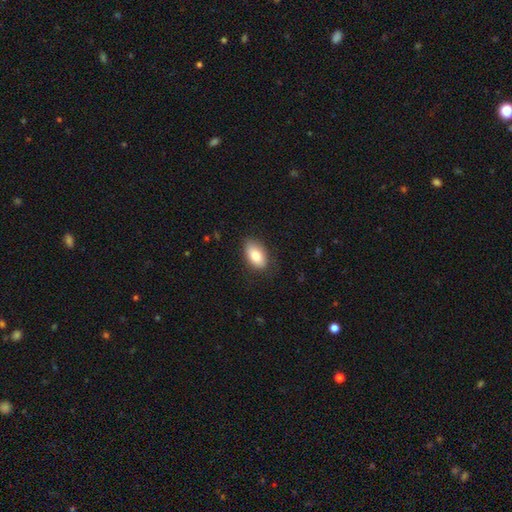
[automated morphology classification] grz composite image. It shows a smooth galaxy with no disk features (82%) that is in between round and cigar-shaped (92%). Merging: none (79%).